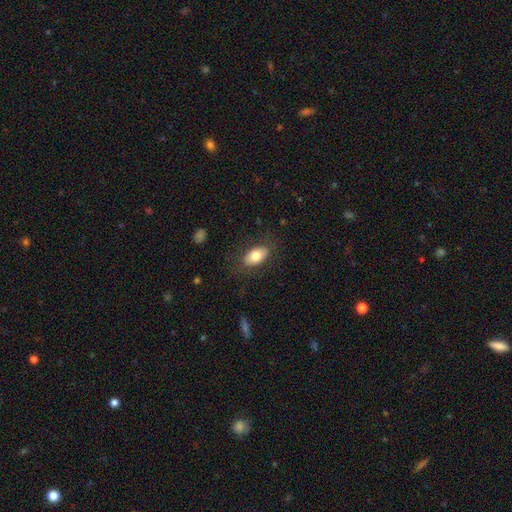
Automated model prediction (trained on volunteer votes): smooth_or_featured: smooth (p=0.77) [alt: featured or disk p=0.16]
how_rounded: in between (p=0.91) [alt: round p=0.07]
merging: none (p=0.82) [alt: minor disturbance p=0.12]